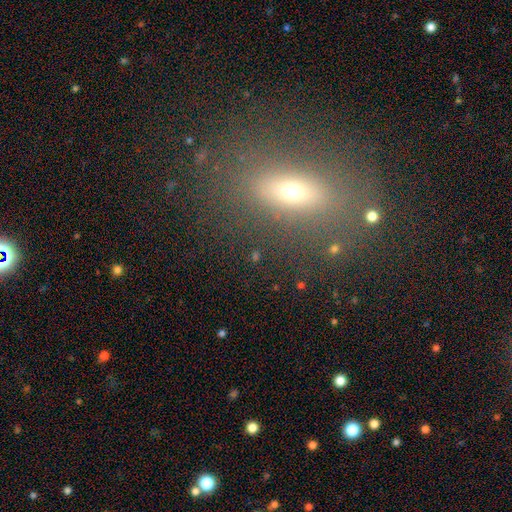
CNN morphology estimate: Smooth or featured?
  - smooth: 49% *
  - star or artifact: 30%
  - featured or disk: 21%
Merging?
  - none: 78% *
  - minor disturbance: 11%
  - major disturbance: 6%
  - merger: 5%